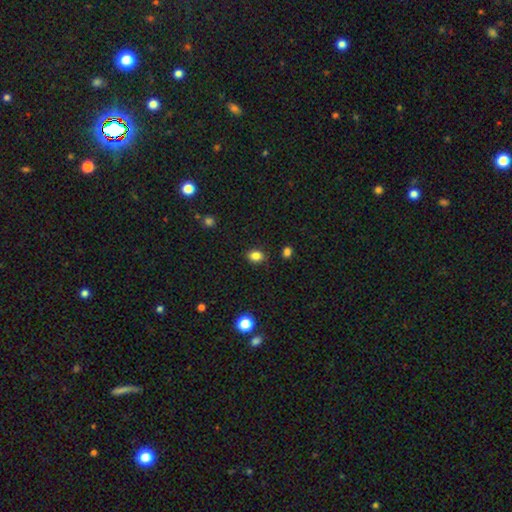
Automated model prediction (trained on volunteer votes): A smooth galaxy with no disk features (83%) that is in between round and cigar-shaped (55%).

Vote fractions:
- Smooth or featured? smooth: 83% / star or artifact: 12% / featured or disk: 5%
- How rounded? in between: 55% / round: 44% / cigar-shaped: 1%
- Merging? none: 86% / minor disturbance: 10% / major disturbance: 2% / merger: 2%